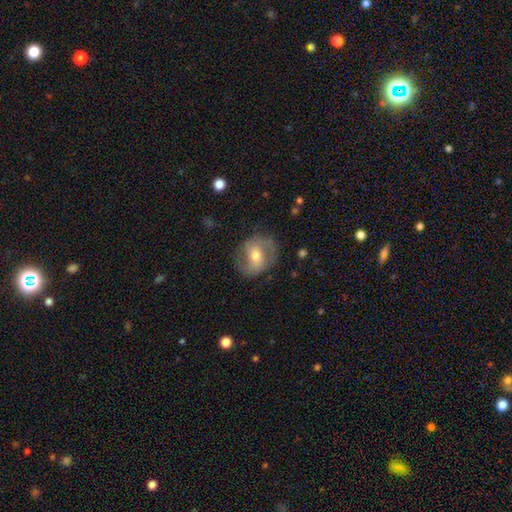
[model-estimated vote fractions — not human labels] Smooth or featured? featured or disk (60%)
Edge-on disk? no (96%)
Bar? weak (41%)
Spiral arms? yes (76%)
Bulge size? moderate (67%)
Merging? none (72%)